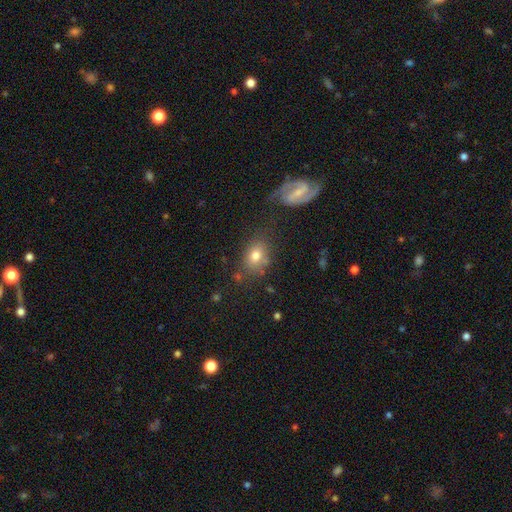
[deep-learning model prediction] Overall: smooth (74%). How rounded: in between (69%; round 29%). Merging: none (68%).